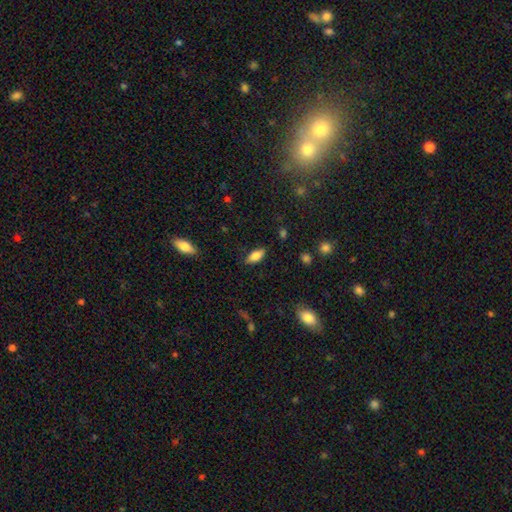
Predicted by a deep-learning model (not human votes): smooth-or-featured: smooth: 78% | featured or disk: 15% | star or artifact: 8%
  how-rounded: in between: 82% | cigar-shaped: 16% | round: 2%
  merging: none: 85% | minor disturbance: 11% | major disturbance: 3% | merger: 1%